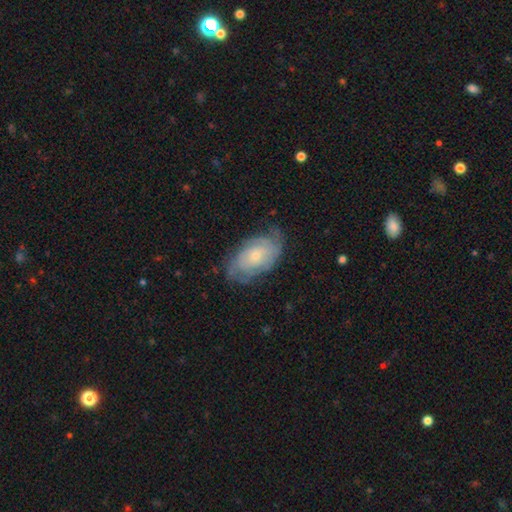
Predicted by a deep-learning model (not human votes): smooth_or_featured: featured or disk (p=0.68) [alt: smooth p=0.26]
disk_edge_on: no (p=0.95) [alt: yes p=0.05]
bar: no (p=0.78) [alt: weak p=0.19]
has_spiral_arms: yes (p=0.85) [alt: no p=0.15]
spiral_winding: tight (p=0.60) [alt: medium p=0.29]
spiral_arm_count: can't tell (p=0.45) [alt: 2 p=0.32]
bulge_size: small (p=0.69) [alt: moderate p=0.25]
merging: none (p=0.66) [alt: minor disturbance p=0.23]